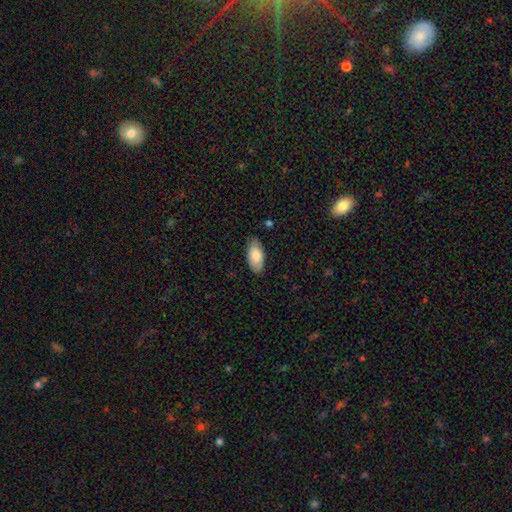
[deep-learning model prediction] Overall: smooth (86%). How rounded: in between (93%). Merging: none (81%).